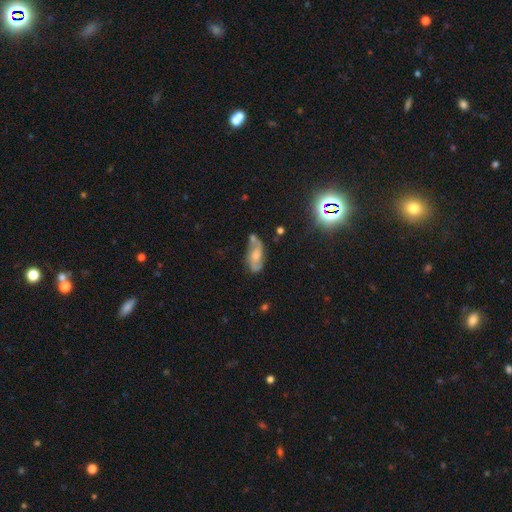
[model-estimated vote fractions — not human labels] smooth-or-featured: featured or disk: 58% | smooth: 32% | star or artifact: 10%
  disk-edge-on: no: 90% | yes: 10%
    bar: no: 62% | weak: 31% | strong: 6%
    has-spiral-arms: yes: 82% | no: 18%
    bulge-size: moderate: 46% | small: 31% | none: 11% | large: 9% | dominant: 2%
  merging: none: 52% | minor disturbance: 24% | merger: 13% | major disturbance: 10%